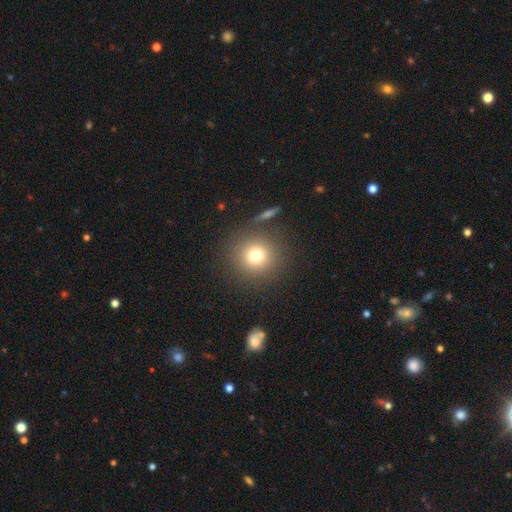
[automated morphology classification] Overall: smooth (75%). How rounded: round (94%). Merging: none (86%).